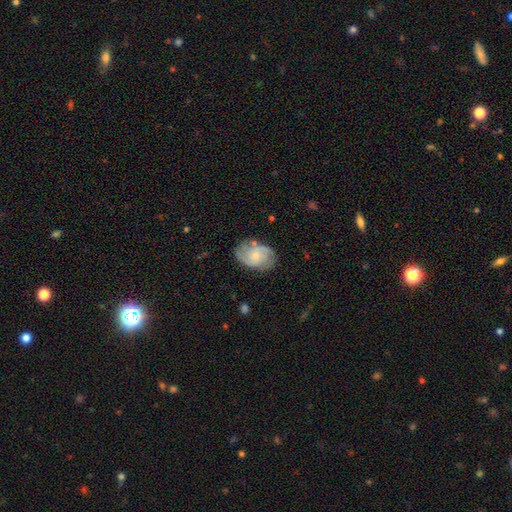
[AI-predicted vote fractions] A featured or disk galaxy (67%) with no bar (69%), 2 (70%) medium (47%) spiral arms (90%) and a small central bulge (66%). Merging: none (71%).